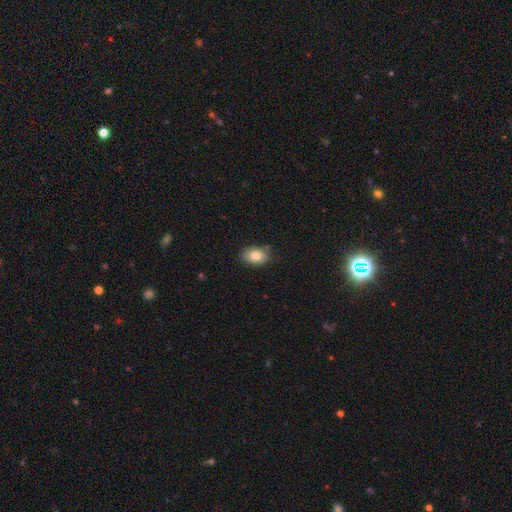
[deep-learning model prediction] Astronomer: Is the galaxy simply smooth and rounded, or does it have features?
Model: smooth — 84%.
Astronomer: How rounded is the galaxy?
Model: in between — 85%.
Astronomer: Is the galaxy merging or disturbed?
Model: none — 82%.